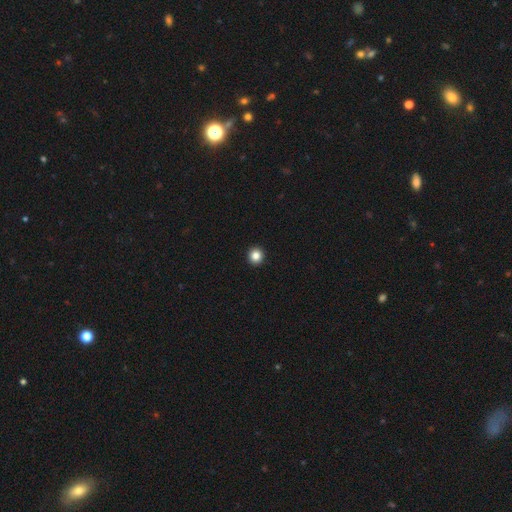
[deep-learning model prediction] Smooth or featured? Predicted: smooth (p=0.84). How rounded? Predicted: round (p=0.95). Merging? Predicted: none (p=0.95).